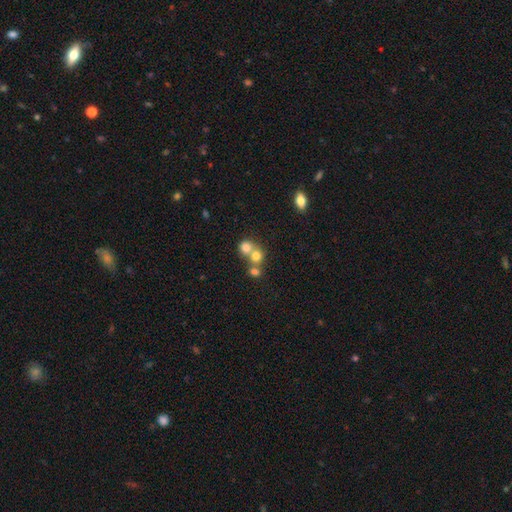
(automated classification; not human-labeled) The model was most divided on "merging": merger: 54%, none: 38%, minor disturbance: 5%, major disturbance: 3%. More confident: how rounded — round (83%); smooth or featured — smooth (73%).